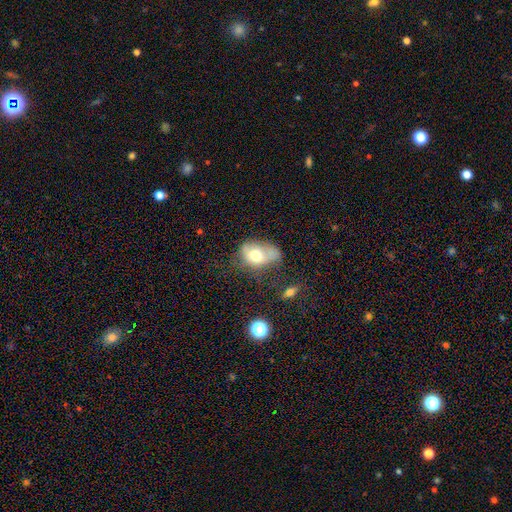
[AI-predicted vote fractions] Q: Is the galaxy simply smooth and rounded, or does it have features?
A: smooth — 64%.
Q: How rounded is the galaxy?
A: in between — 78%.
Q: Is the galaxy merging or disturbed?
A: major disturbance — 32%.